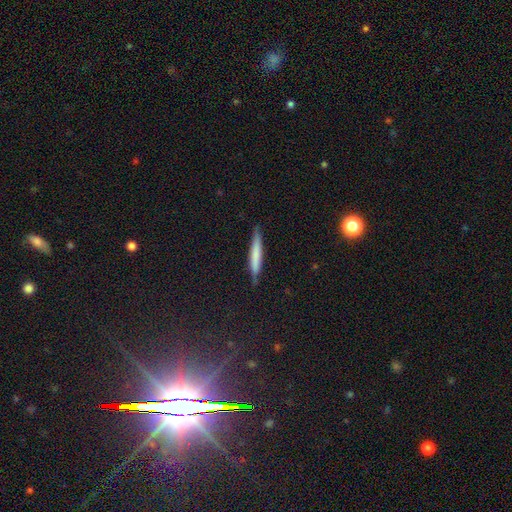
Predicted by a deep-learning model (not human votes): Morphology: type=smooth (69%); roundness=cigar-shaped (93%); merging=none (83%).